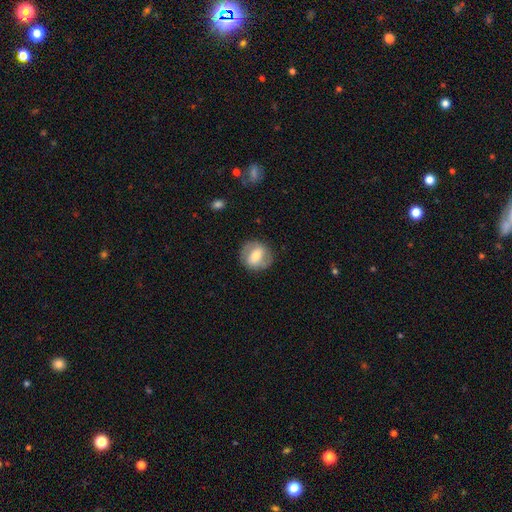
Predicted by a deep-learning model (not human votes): This is possibly a featured or disk galaxy (51%). It is clearly not viewed edge-on (94%). Merging: clearly none (83%).